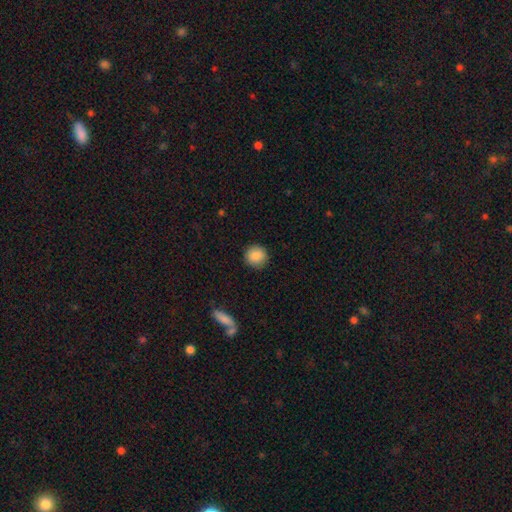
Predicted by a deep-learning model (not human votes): Overall: smooth (87%). How rounded: round (93%). Merging: none (91%).